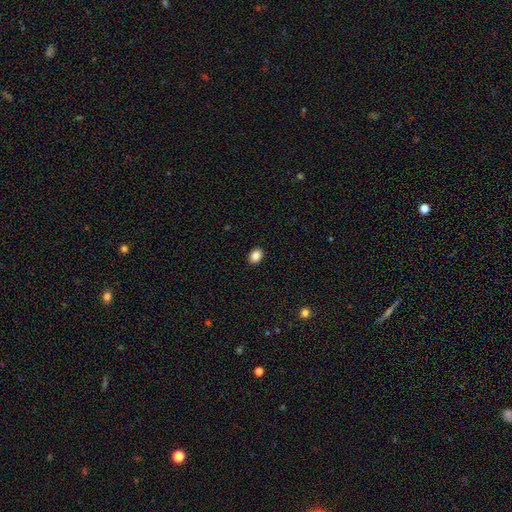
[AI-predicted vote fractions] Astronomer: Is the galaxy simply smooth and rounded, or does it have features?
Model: smooth — 86%.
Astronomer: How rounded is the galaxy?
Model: in between — 69%.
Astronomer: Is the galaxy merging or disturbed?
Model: none — 91%.